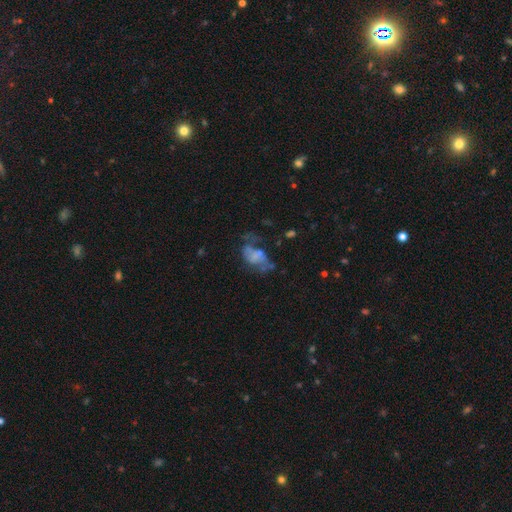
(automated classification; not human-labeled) A featured or disk galaxy (45%). Merging: major disturbance (42%).